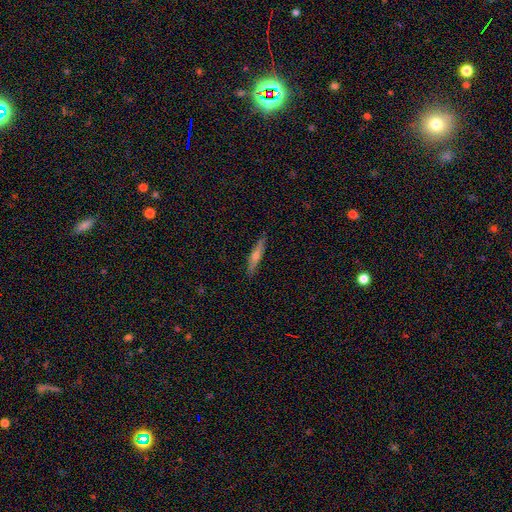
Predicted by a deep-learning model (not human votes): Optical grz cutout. It shows a featured or disk galaxy (48%). Merging: none (89%).